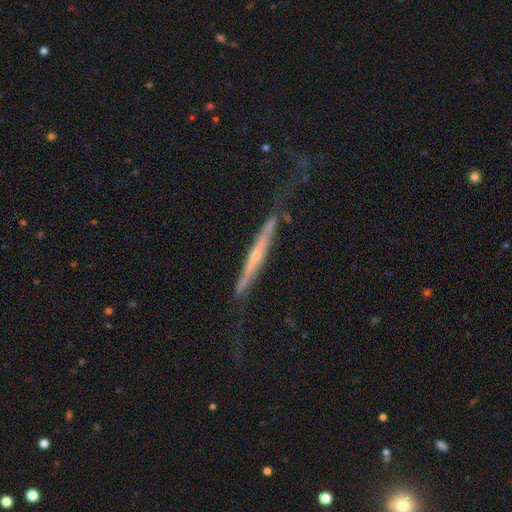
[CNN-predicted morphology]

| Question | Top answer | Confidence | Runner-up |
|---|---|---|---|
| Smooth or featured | featured or disk | 75% | smooth (19%) |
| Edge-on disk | yes | 90% | no (10%) |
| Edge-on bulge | rounded | 50% | none (44%) |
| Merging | none | 56% | minor disturbance (25%) |